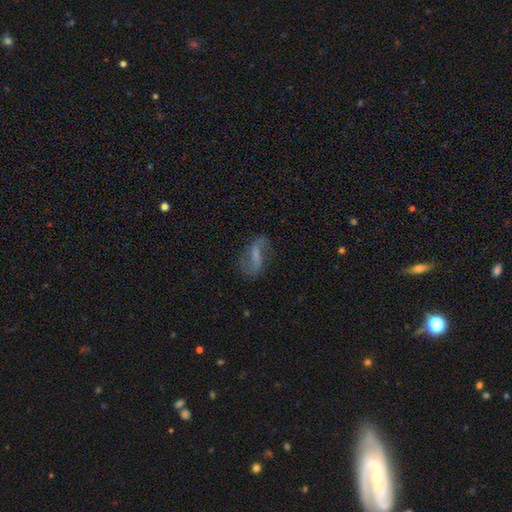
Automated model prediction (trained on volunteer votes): A featured or disk galaxy (68%) with a weak bar (41%), 2 (86%) loose (71%) spiral arms (87%) and no central bulge (46%).

Vote fractions:
- Smooth or featured? featured or disk: 68% / smooth: 23% / star or artifact: 9%
- Edge-on disk? no: 94% / yes: 6%
- Bar? weak: 41% / strong: 39% / no: 20%
- Spiral arms? yes: 87% / no: 13%
- Spiral winding? loose: 71% / medium: 22% / tight: 7%
- Spiral arm count? 2: 86% / 1: 6% / can't tell: 5% / 3: 1% / 4: 1% / more than 4: 1%
- Bulge size? none: 46% / small: 31% / moderate: 18% / large: 4% / dominant: 1%
- Merging? none: 65% / minor disturbance: 20% / major disturbance: 13% / merger: 2%